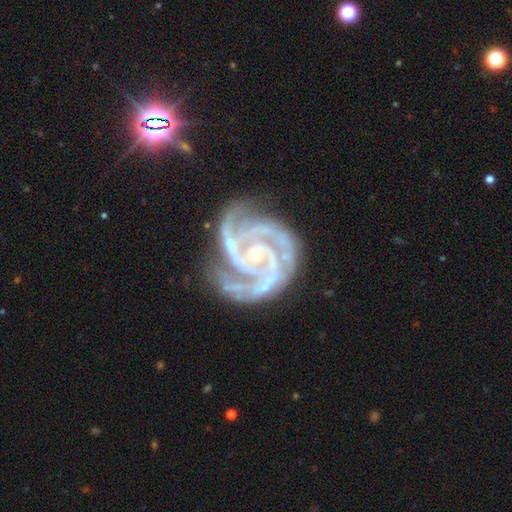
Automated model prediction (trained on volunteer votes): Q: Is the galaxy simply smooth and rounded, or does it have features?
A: featured or disk — 94%.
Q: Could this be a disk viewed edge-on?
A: no — 98%.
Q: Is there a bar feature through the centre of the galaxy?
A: no — 61%.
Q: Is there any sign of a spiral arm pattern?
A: yes — 99%.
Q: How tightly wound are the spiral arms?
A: tight — 64%.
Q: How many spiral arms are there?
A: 3 — 56%.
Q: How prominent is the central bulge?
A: small — 78%.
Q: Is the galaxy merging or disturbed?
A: none — 67%.